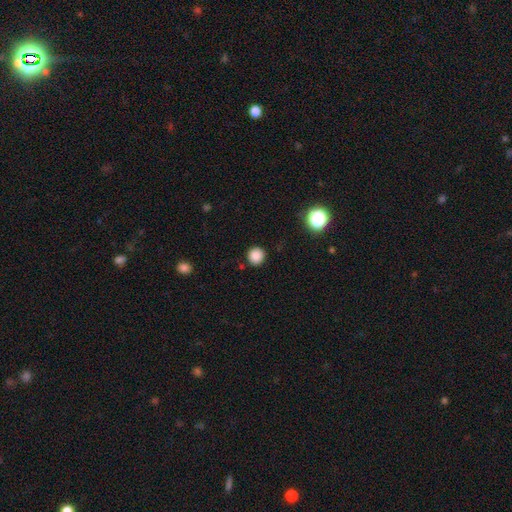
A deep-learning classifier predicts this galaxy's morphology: type=smooth (85%); roundness=round (92%); merging=none (89%).